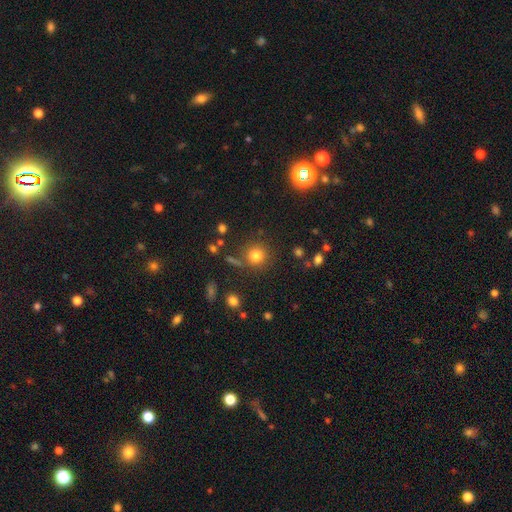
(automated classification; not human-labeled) This appears to be a smooth galaxy with no disk features (79%) that is round (91%). Merging: none (80%).